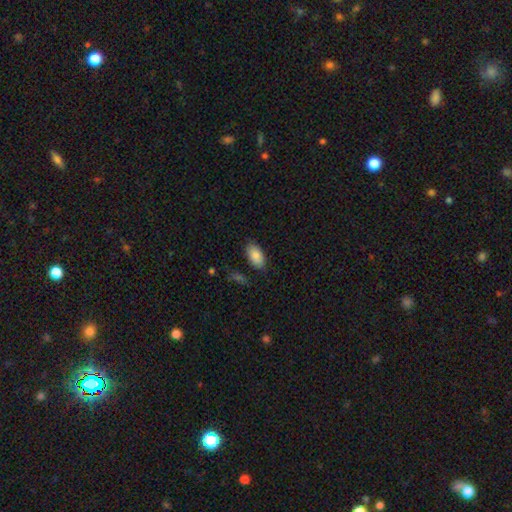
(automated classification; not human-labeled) Q: Smooth or featured?
A: smooth (87%); runner-up: star or artifact (7%)
Q: How rounded?
A: in between (94%); runner-up: round (3%)
Q: Merging?
A: none (84%); runner-up: minor disturbance (12%)